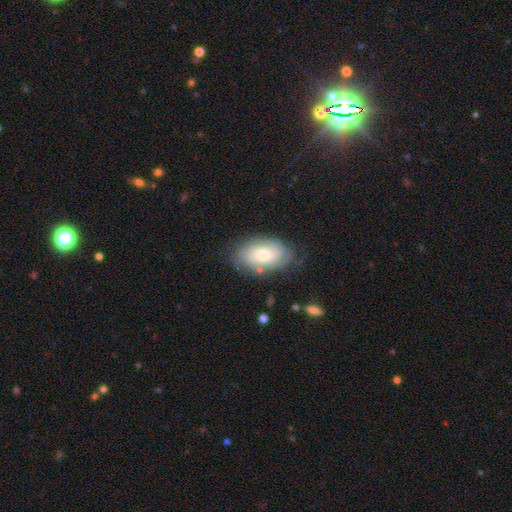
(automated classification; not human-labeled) smooth_or_featured: featured or disk (p=0.51) [alt: smooth p=0.42]
disk_edge_on: no (p=0.93) [alt: yes p=0.07]
merging: none (p=0.68) [alt: minor disturbance p=0.21]